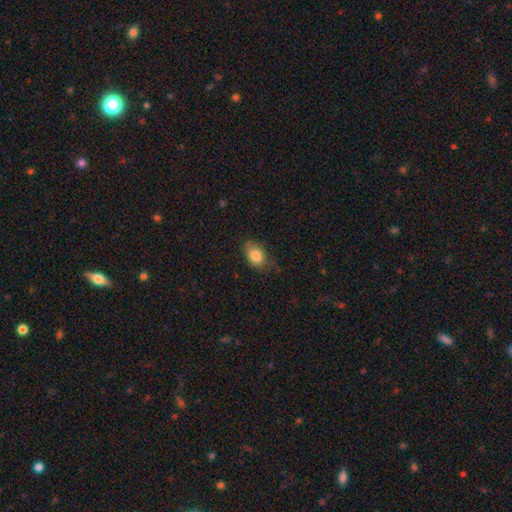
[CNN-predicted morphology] Smooth or featured?
  - smooth: 84% *
  - featured or disk: 8%
  - star or artifact: 8%
How rounded?
  - in between: 78% *
  - round: 21%
  - cigar-shaped: 1%
Merging?
  - none: 63% *
  - minor disturbance: 28%
  - major disturbance: 7%
  - merger: 1%